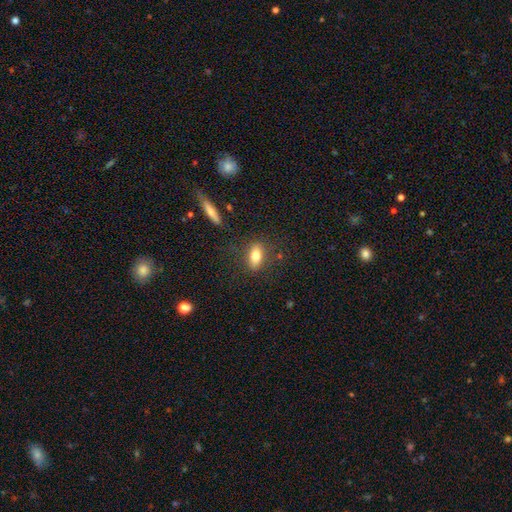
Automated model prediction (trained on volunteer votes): Smooth or featured? Predicted: smooth (p=0.78). How rounded? Predicted: in between (p=0.82). Merging? Predicted: none (p=0.81).